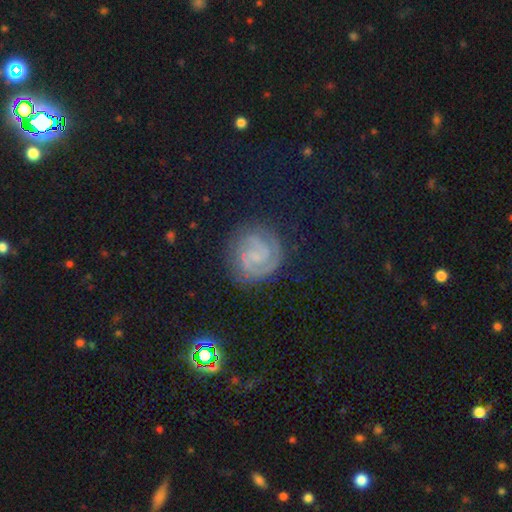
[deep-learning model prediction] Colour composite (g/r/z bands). It shows a featured or disk galaxy (83%) with no bar (48%), 2 (80%) tight (68%) spiral arms (98%) and a small central bulge (57%). Merging: none (83%).